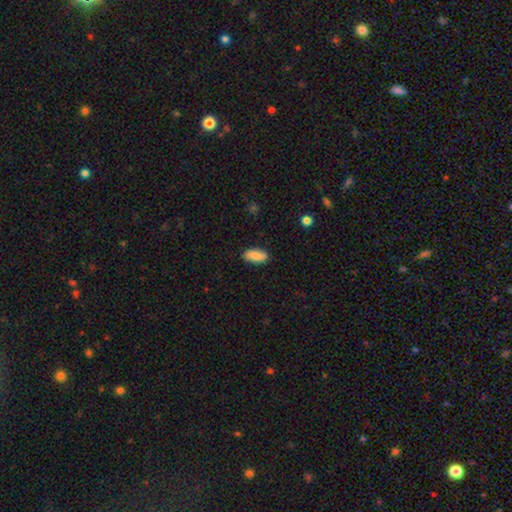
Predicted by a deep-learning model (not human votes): Smooth or featured? smooth (82%)
How rounded? in between (88%)
Merging? none (85%)